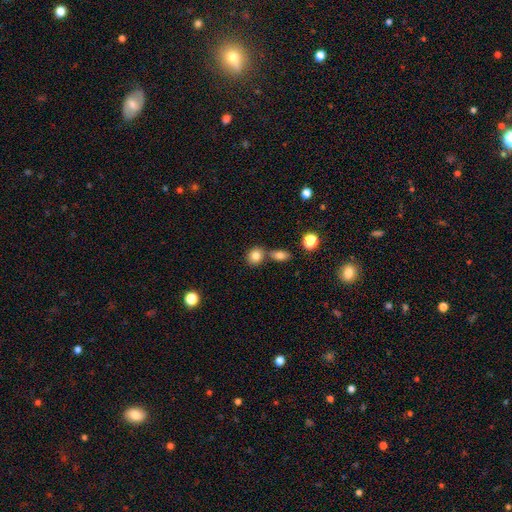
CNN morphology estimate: smooth-or-featured: smooth: 83% | star or artifact: 10% | featured or disk: 8%
  how-rounded: round: 72% | in between: 26% | cigar-shaped: 1%
  merging: none: 61% | merger: 27% | minor disturbance: 9% | major disturbance: 3%